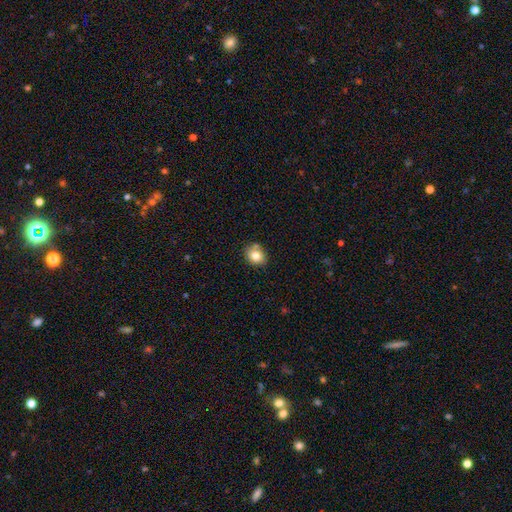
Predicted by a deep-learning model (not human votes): The model was most divided on "how rounded": round: 59%, in between: 40%, cigar-shaped: 1%. More confident: smooth or featured — smooth (80%); merging — none (72%).